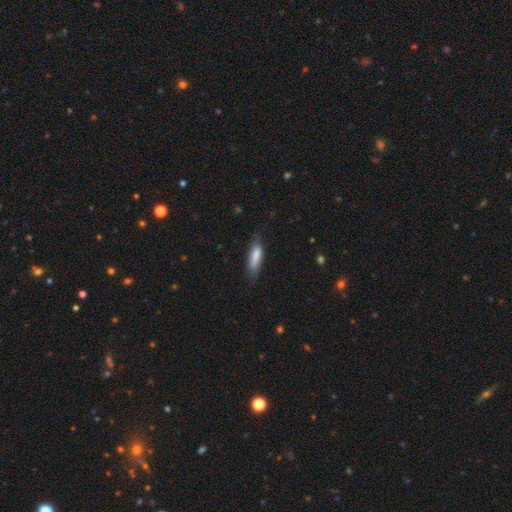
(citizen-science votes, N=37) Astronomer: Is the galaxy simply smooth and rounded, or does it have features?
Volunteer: smooth — 86%.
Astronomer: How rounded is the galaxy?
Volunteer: cigar-shaped — 53% (runner-up: in between, 44%).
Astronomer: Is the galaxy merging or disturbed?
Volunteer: none — 61%.